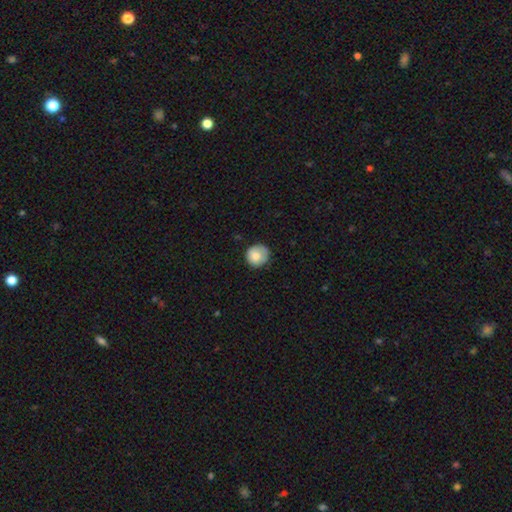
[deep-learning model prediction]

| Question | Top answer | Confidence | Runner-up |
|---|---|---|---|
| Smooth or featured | smooth | 81% | featured or disk (11%) |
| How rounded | round | 90% | in between (9%) |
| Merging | none | 73% | minor disturbance (21%) |